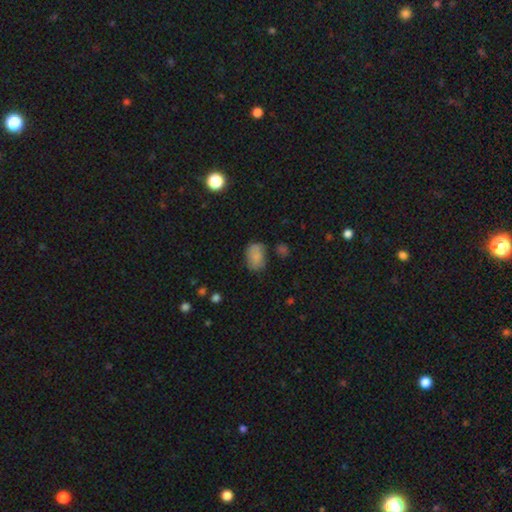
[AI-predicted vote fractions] Overall: smooth (79%). How rounded: in between (78%). Merging: none (61%; minor disturbance 26%).